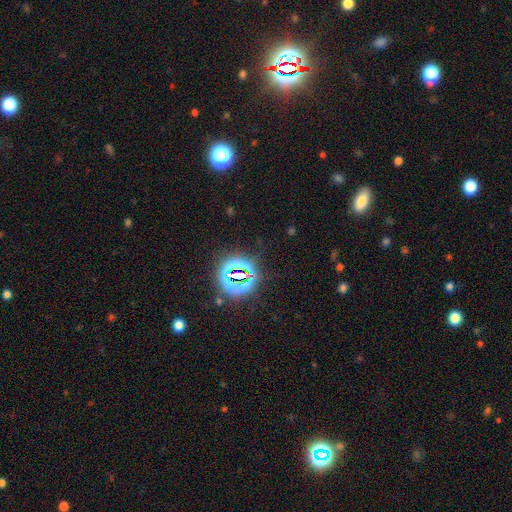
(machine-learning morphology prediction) smooth_or_featured: star or artifact (p=0.79) [alt: smooth p=0.13]